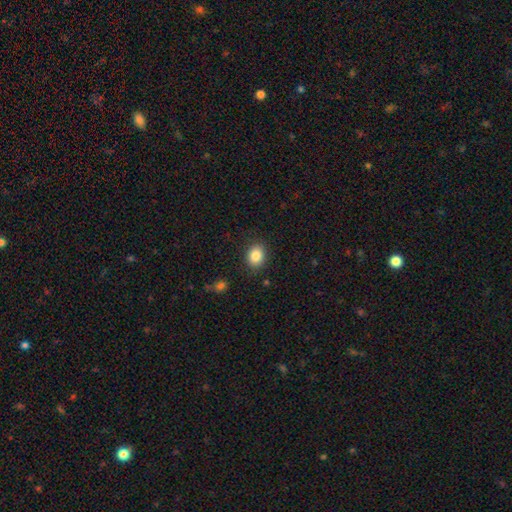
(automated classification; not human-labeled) This is clearly a smooth galaxy (86%). How rounded: possibly in between (52%). Merging: clearly none (87%).